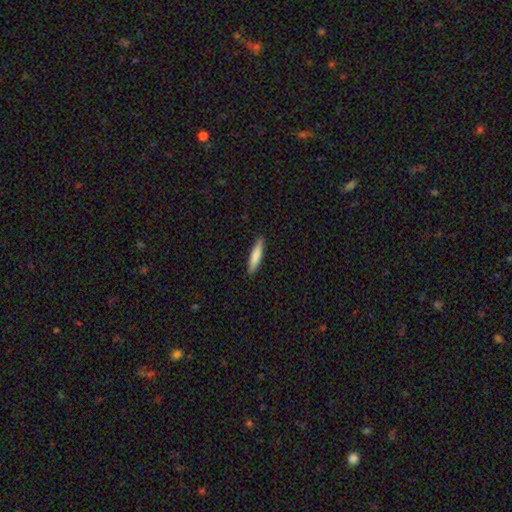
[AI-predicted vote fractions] A smooth galaxy with no disk features (77%) that is cigar-shaped (86%). Merging: none (90%).